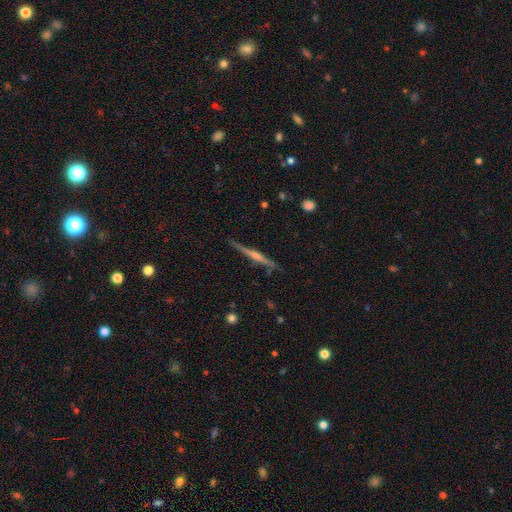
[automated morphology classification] smooth_or_featured: featured or disk (p=0.67) [alt: smooth p=0.26]
disk_edge_on: yes (p=0.98) [alt: no p=0.02]
edge_on_bulge: rounded (p=0.45) [alt: none p=0.33]
merging: none (p=0.85) [alt: minor disturbance p=0.11]